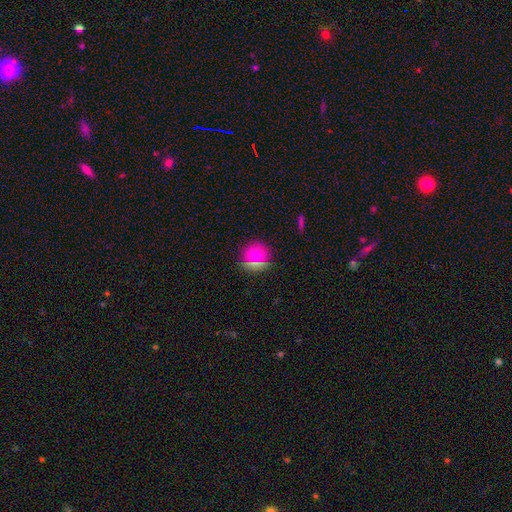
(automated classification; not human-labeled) This is likely a smooth galaxy (70%). How rounded: clearly round (93%). Merging: clearly none (85%).